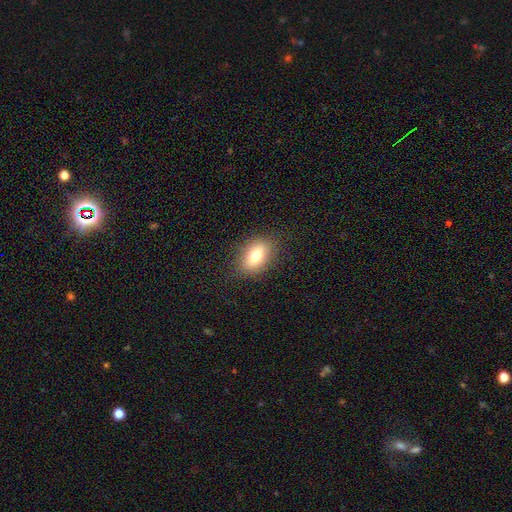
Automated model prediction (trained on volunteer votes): A smooth galaxy with no disk features (74%) that is in between round and cigar-shaped (81%). Merging: none (85%).